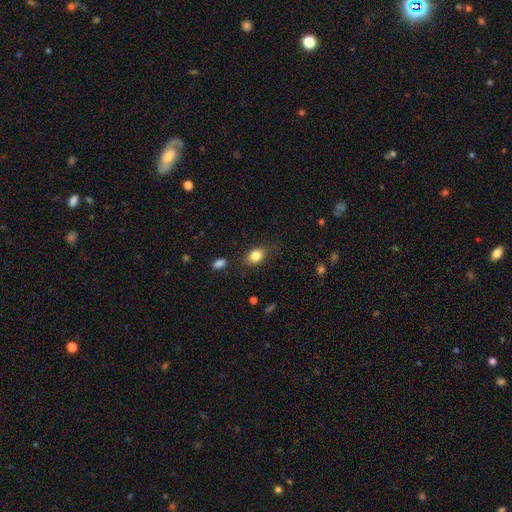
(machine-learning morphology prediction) This appears to be a smooth galaxy with no disk features (83%) that is in between round and cigar-shaped (67%). Merging: none (76%).